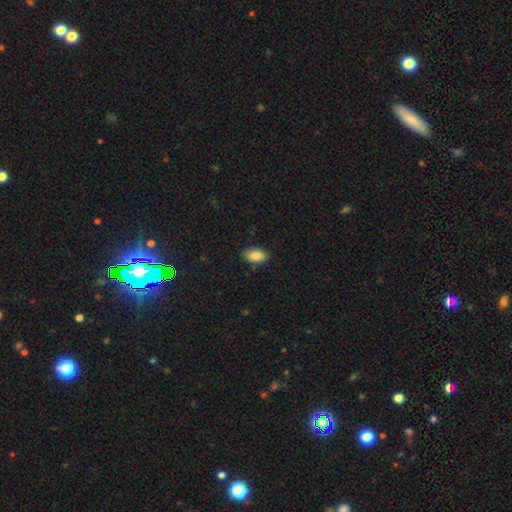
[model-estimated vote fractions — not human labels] This is clearly a smooth galaxy (88%). How rounded: clearly in between (94%). Merging: clearly none (85%).